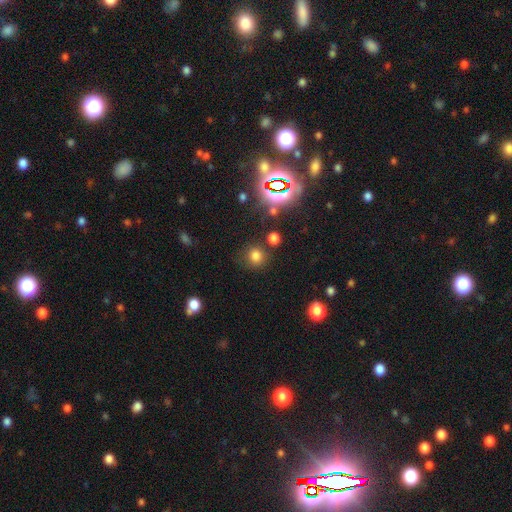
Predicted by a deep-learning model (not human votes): Smooth or featured: smooth — 70% (star or artifact — 24%)
How rounded: round — 88% (in between — 11%)
Merging: none — 80% (minor disturbance — 10%)